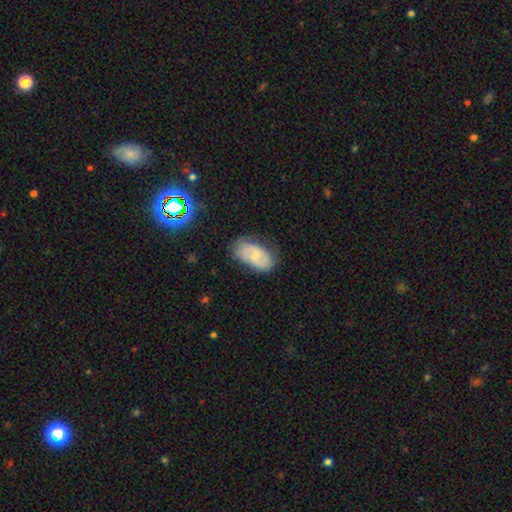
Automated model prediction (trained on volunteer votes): Smooth or featured? Predicted: featured or disk (p=0.47). Merging? Predicted: none (p=0.66).